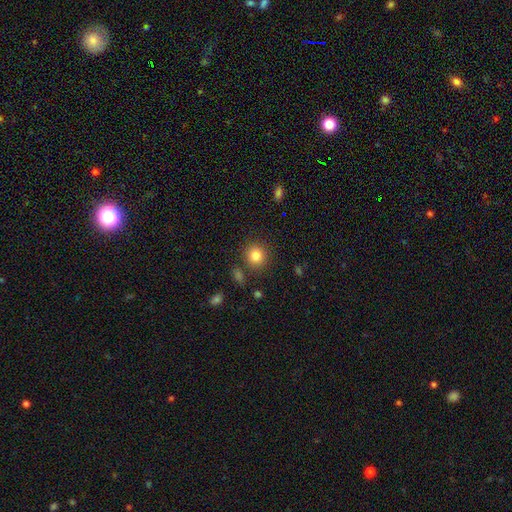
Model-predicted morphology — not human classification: Smooth or featured? smooth (84%)
How rounded? round (90%)
Merging? none (85%)